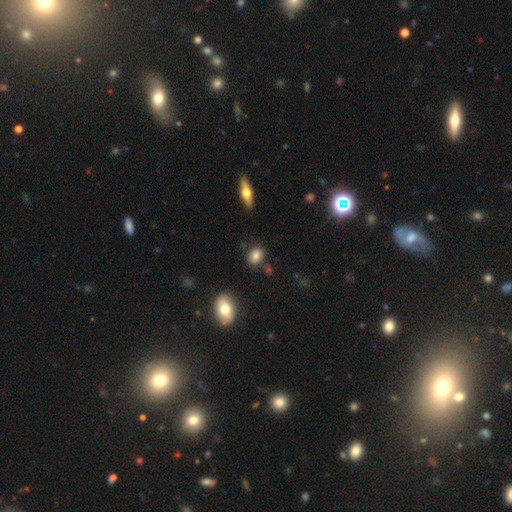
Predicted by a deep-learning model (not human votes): smooth_or_featured: smooth (p=0.81) [alt: star or artifact p=0.09]
how_rounded: in between (p=0.55) [alt: round p=0.44]
merging: none (p=0.81) [alt: minor disturbance p=0.12]